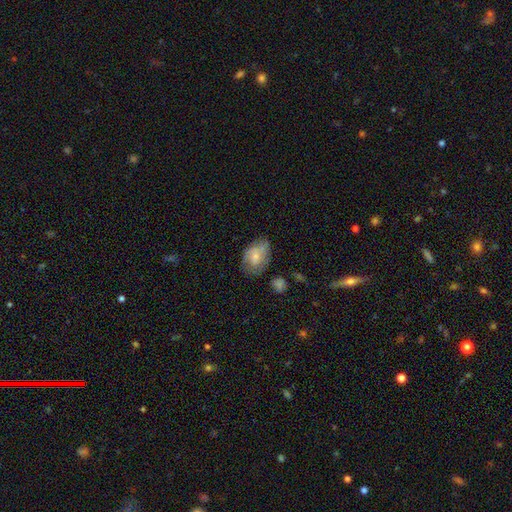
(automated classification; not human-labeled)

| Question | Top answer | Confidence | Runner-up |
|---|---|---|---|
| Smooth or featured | smooth | 61% | featured or disk (32%) |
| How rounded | in between | 82% | round (17%) |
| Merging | none | 56% | minor disturbance (30%) |